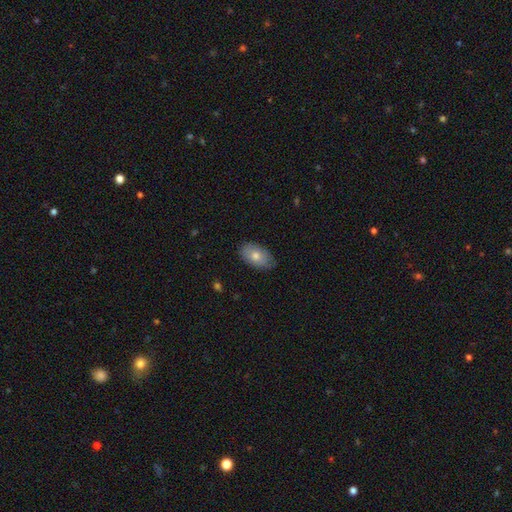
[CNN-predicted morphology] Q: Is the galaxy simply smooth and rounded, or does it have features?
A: smooth — 71%.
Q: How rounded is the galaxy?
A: in between — 93%.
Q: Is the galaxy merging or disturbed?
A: none — 83%.